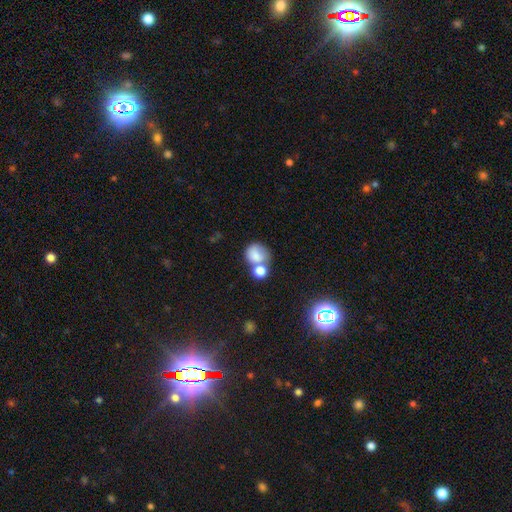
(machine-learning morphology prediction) Smooth or featured: smooth — 78% (featured or disk — 12%)
How rounded: round — 69% (in between — 30%)
Merging: merger — 46% (none — 35%)